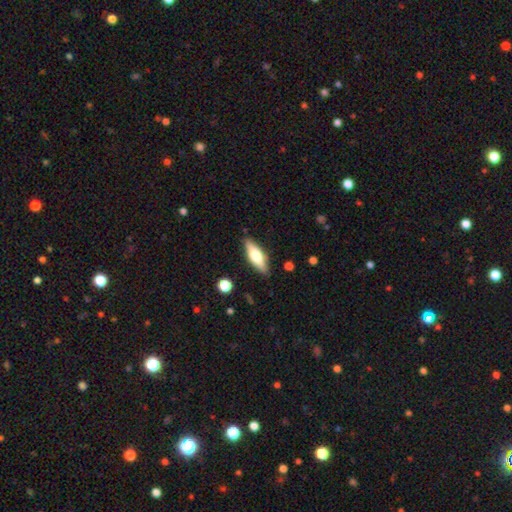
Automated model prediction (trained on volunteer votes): Q: Smooth or featured?
A: smooth (52%); runner-up: featured or disk (42%)
Q: How rounded?
A: in between (54%); runner-up: cigar-shaped (43%)
Q: Merging?
A: none (86%); runner-up: minor disturbance (10%)